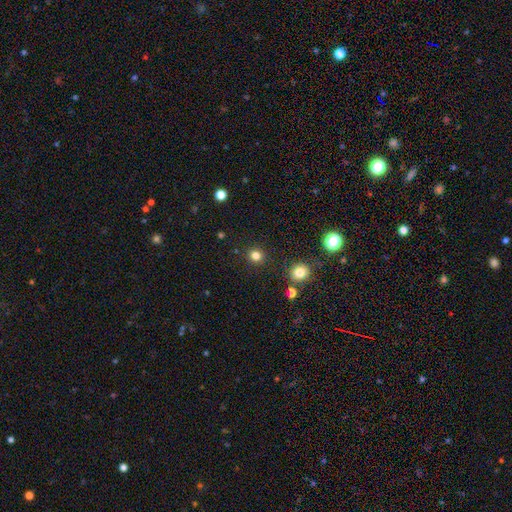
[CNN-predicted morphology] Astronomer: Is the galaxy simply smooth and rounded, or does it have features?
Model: smooth — 81%.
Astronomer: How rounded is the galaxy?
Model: round — 90%.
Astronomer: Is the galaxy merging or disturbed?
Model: none — 90%.